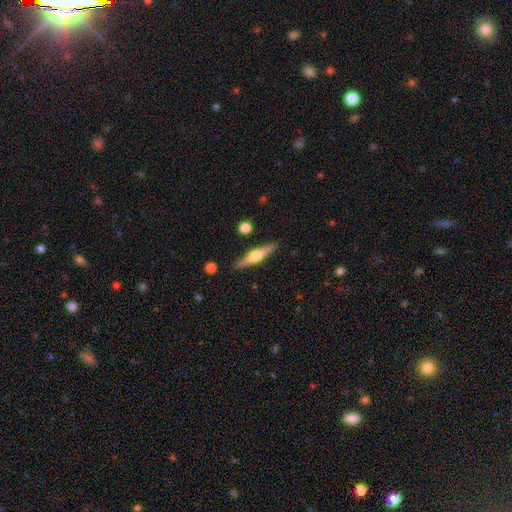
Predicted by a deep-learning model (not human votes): Smooth or featured: featured or disk — 70% (smooth — 25%)
Edge-on disk: yes — 98% (no — 2%)
Edge-on bulge: rounded — 93% (boxy — 5%)
Merging: none — 89% (minor disturbance — 8%)